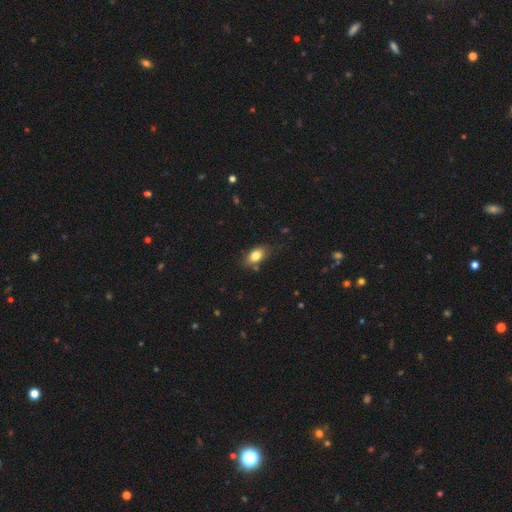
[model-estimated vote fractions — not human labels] smooth-or-featured: smooth: 82% | featured or disk: 10% | star or artifact: 8%
  how-rounded: in between: 86% | round: 10% | cigar-shaped: 3%
  merging: none: 75% | minor disturbance: 18% | major disturbance: 4% | merger: 3%